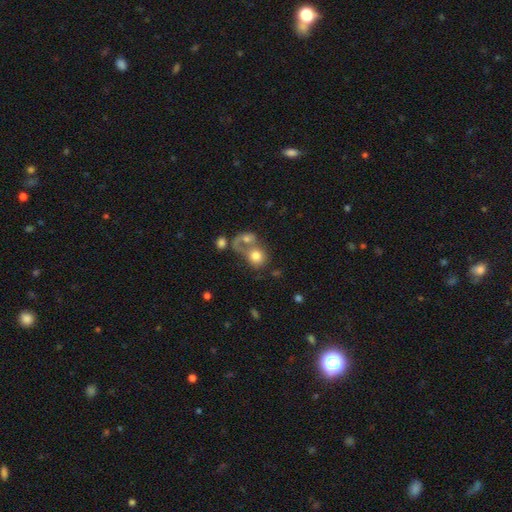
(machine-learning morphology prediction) Q: Smooth or featured?
A: smooth (67%); runner-up: featured or disk (24%)
Q: How rounded?
A: round (71%); runner-up: in between (27%)
Q: Merging?
A: merger (60%); runner-up: none (21%)